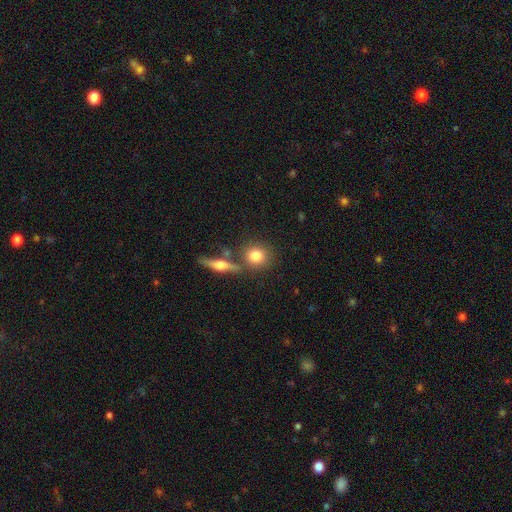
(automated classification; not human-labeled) This appears to be a smooth galaxy with no disk features (78%) that is round (82%). Merging: none (70%).